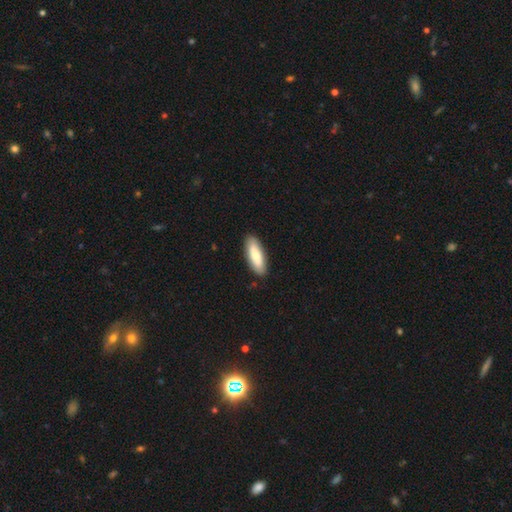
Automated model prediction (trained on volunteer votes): Q: Smooth or featured?
A: smooth (77%); runner-up: featured or disk (18%)
Q: How rounded?
A: in between (61%); runner-up: cigar-shaped (37%)
Q: Merging?
A: none (89%); runner-up: minor disturbance (8%)